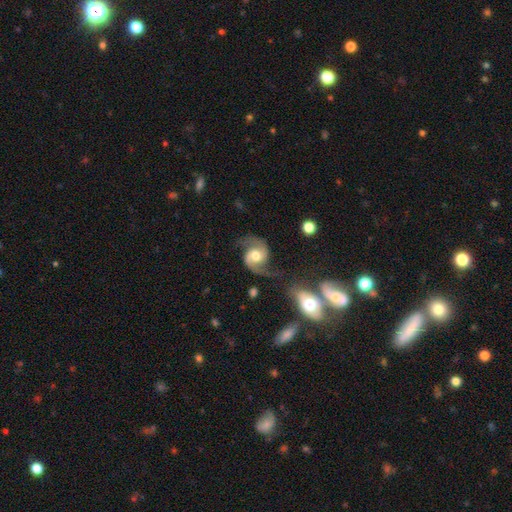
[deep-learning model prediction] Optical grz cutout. It shows a featured or disk galaxy (88%) with no bar (57%), 2 (93%) medium (52%) spiral arms (97%) and a moderate central bulge (72%). Merging: none (71%).